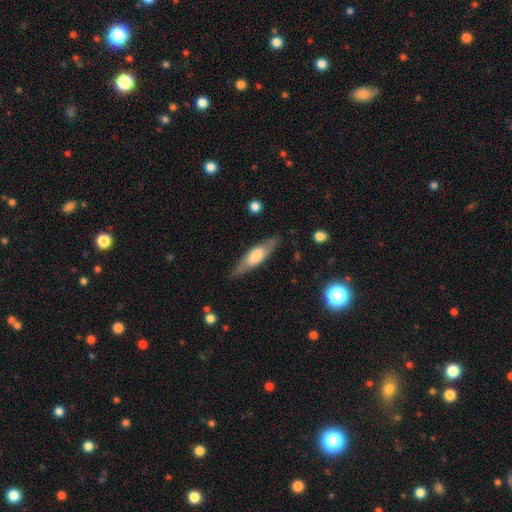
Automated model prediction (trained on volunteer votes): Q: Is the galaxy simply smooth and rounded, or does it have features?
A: smooth — 50%.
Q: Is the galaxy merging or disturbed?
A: none — 82%.